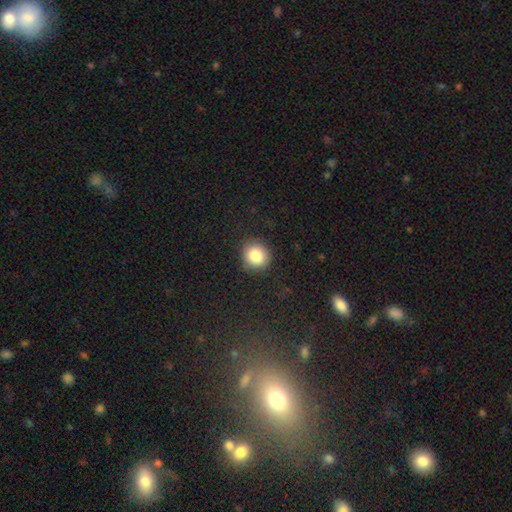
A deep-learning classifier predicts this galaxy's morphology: Smooth or featured? smooth (84%)
How rounded? round (85%)
Merging? none (87%)